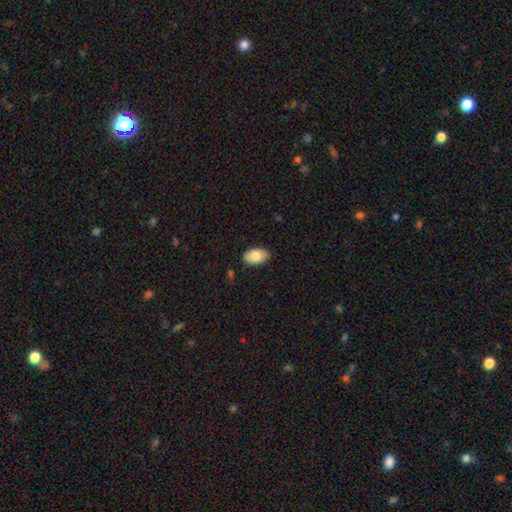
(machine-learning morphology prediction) Smooth or featured? smooth (81%)
How rounded? in between (93%)
Merging? none (84%)